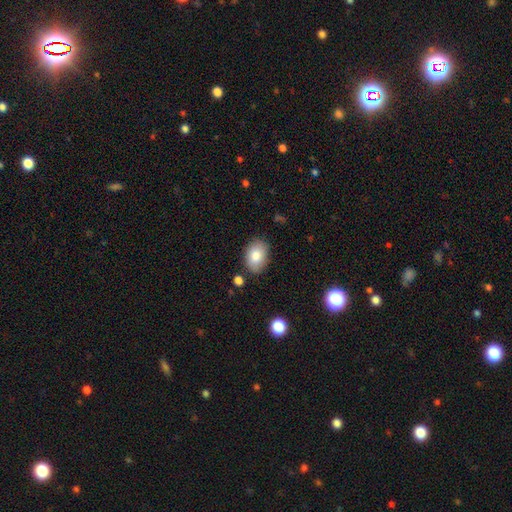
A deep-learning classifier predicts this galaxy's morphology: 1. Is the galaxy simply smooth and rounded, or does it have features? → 83% smooth, 9% featured or disk, 7% star or artifact.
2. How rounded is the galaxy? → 82% in between, 17% round, 1% cigar-shaped.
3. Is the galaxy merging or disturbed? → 81% none, 14% minor disturbance, 3% major disturbance, 2% merger.